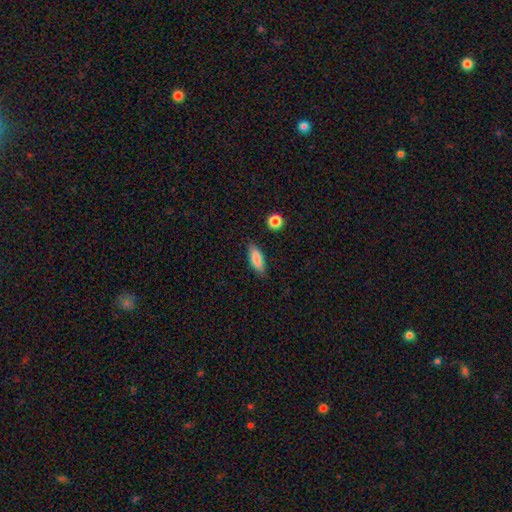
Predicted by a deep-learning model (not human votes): Overall: smooth (83%). How rounded: in between (68%; cigar-shaped 29%). Merging: none (83%).